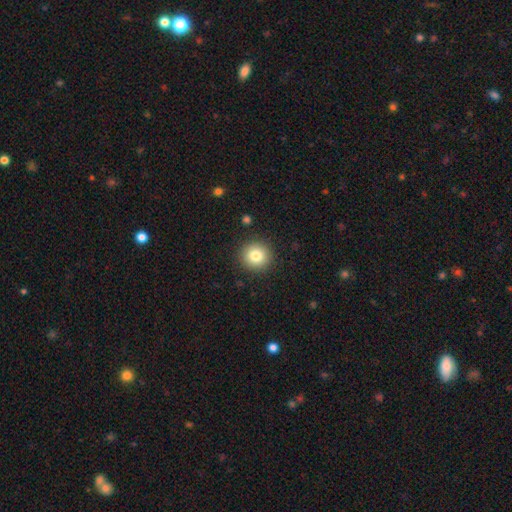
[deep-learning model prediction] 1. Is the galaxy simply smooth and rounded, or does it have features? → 82% smooth, 10% star or artifact, 8% featured or disk.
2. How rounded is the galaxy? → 94% round, 5% in between, 1% cigar-shaped.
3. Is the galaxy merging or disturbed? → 91% none, 6% minor disturbance, 2% major disturbance, 1% merger.